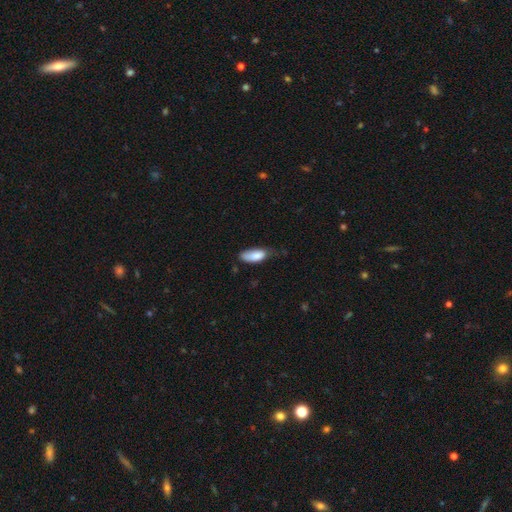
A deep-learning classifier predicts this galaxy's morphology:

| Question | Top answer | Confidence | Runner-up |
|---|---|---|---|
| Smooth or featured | smooth | 84% | featured or disk (9%) |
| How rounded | in between | 80% | cigar-shaped (18%) |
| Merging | none | 44% | minor disturbance (41%) |